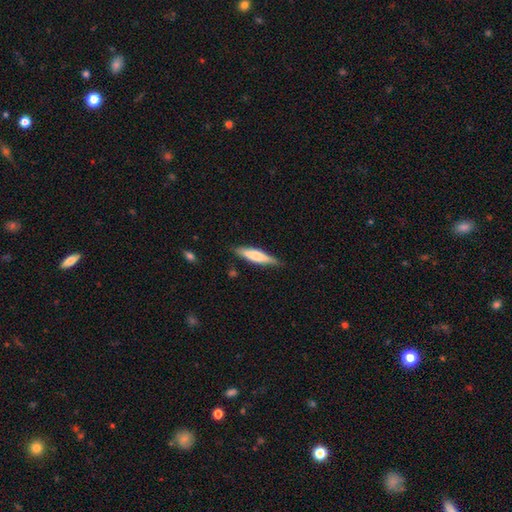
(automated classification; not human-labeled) This is possibly a smooth galaxy (57%). How rounded: likely cigar-shaped (77%). Merging: clearly none (83%).